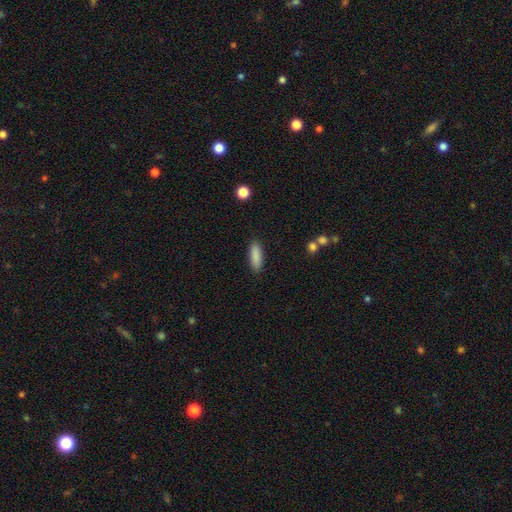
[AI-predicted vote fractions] smooth-or-featured: smooth: 88% | star or artifact: 7% | featured or disk: 5%
  how-rounded: in between: 54% | cigar-shaped: 44% | round: 2%
  merging: none: 88% | minor disturbance: 8% | major disturbance: 2% | merger: 1%